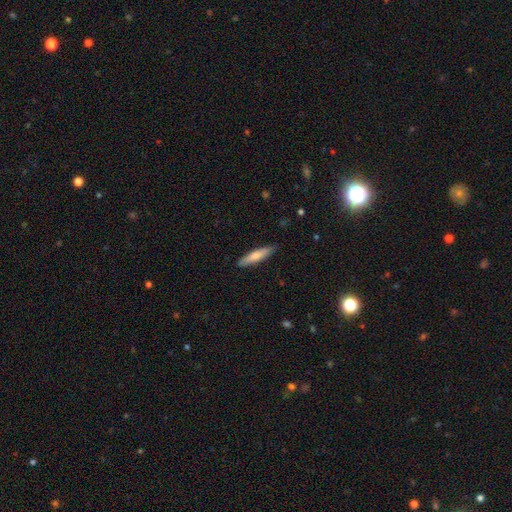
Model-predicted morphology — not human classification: smooth 69%, featured or disk 25%, star or artifact 5%. Down the decision tree: how rounded — cigar-shaped (85%); merging — none (89%).